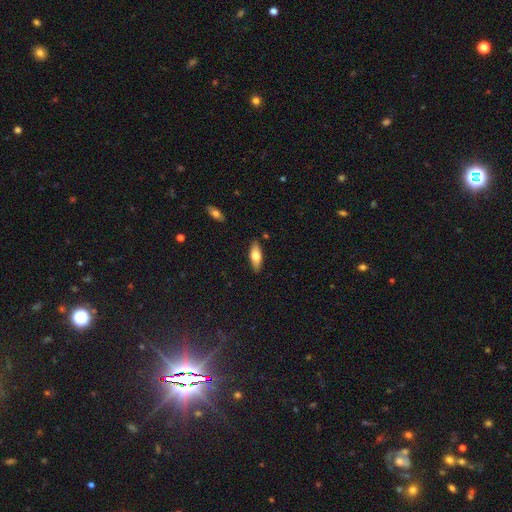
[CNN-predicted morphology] Smooth or featured: smooth — 67% (featured or disk — 27%)
How rounded: in between — 68% (cigar-shaped — 29%)
Merging: none — 87% (minor disturbance — 10%)